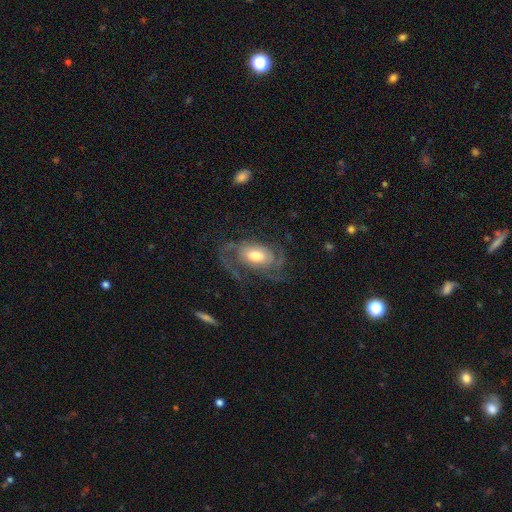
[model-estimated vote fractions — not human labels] A featured or disk galaxy (81%) with no bar (57%), 2 (36%) medium (44%) spiral arms (92%) and a moderate central bulge (61%).

Vote fractions:
- Smooth or featured? featured or disk: 81% / smooth: 14% / star or artifact: 6%
- Edge-on disk? no: 96% / yes: 4%
- Bar? no: 57% / weak: 34% / strong: 9%
- Spiral arms? yes: 92% / no: 8%
- Spiral winding? medium: 44% / tight: 31% / loose: 25%
- Spiral arm count? 2: 36% / 3: 22% / can't tell: 21% / 1: 8% / 4: 8% / more than 4: 6%
- Bulge size? moderate: 61% / large: 25% / small: 11% / dominant: 2% / none: 2%
- Merging? none: 56% / major disturbance: 25% / minor disturbance: 17% / merger: 2%